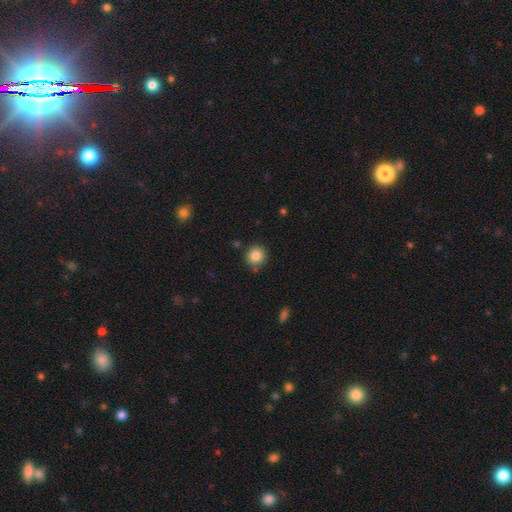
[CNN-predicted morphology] A smooth galaxy with no disk features (84%) that is round (91%).

Vote fractions:
- Smooth or featured? smooth: 84% / star or artifact: 10% / featured or disk: 6%
- How rounded? round: 91% / in between: 8% / cigar-shaped: 1%
- Merging? none: 84% / minor disturbance: 9% / merger: 5% / major disturbance: 2%